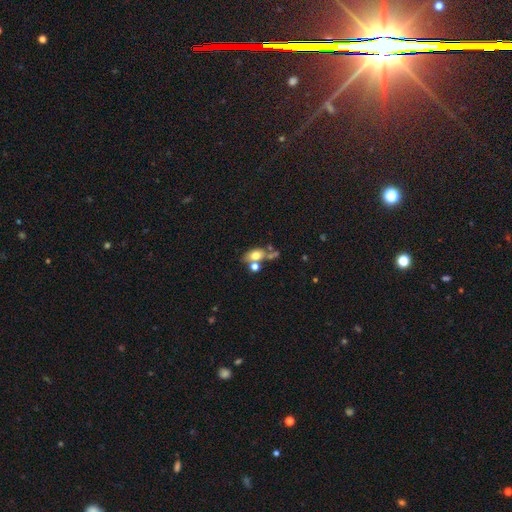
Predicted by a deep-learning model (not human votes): Smooth or featured? Predicted: smooth (p=0.66). How rounded? Predicted: in between (p=0.73). Merging? Predicted: none (p=0.43).